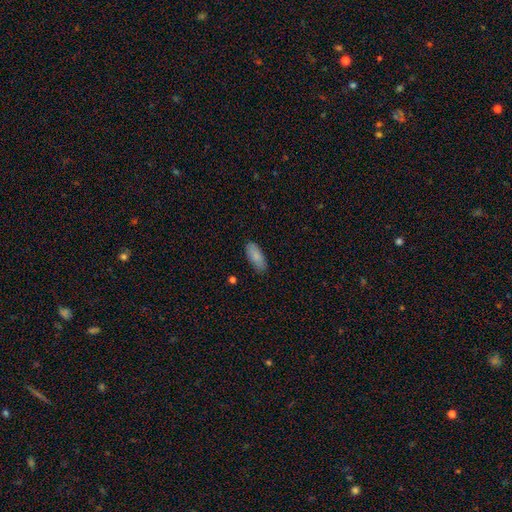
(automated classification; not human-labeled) Smooth or featured? Predicted: smooth (p=0.86). How rounded? Predicted: in between (p=0.84). Merging? Predicted: none (p=0.85).